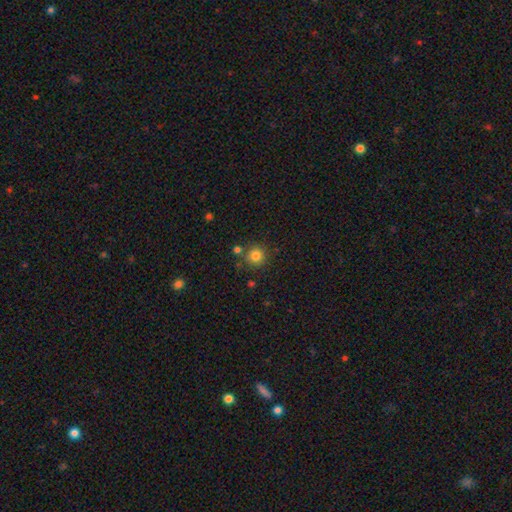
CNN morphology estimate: Smooth or featured?
  - smooth: 81% *
  - star or artifact: 13%
  - featured or disk: 6%
How rounded?
  - round: 93% *
  - in between: 6%
  - cigar-shaped: 1%
Merging?
  - none: 79% *
  - minor disturbance: 9%
  - merger: 9%
  - major disturbance: 3%